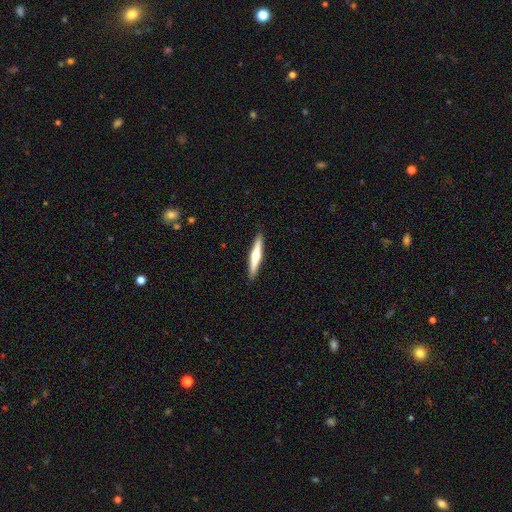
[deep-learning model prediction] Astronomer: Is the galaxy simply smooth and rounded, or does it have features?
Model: featured or disk — 50% (runner-up: smooth, 45%).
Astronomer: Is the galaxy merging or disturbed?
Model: none — 91%.